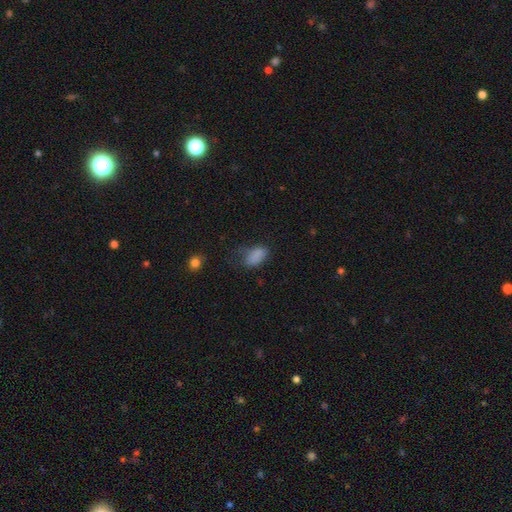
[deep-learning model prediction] Morphology: type=smooth (82%); roundness=in between (90%); merging=none (42%).